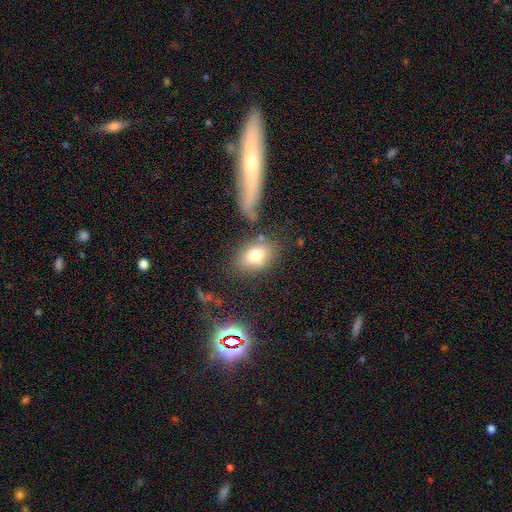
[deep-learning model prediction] Smooth or featured? Predicted: smooth (p=0.74). How rounded? Predicted: in between (p=0.76). Merging? Predicted: none (p=0.67).